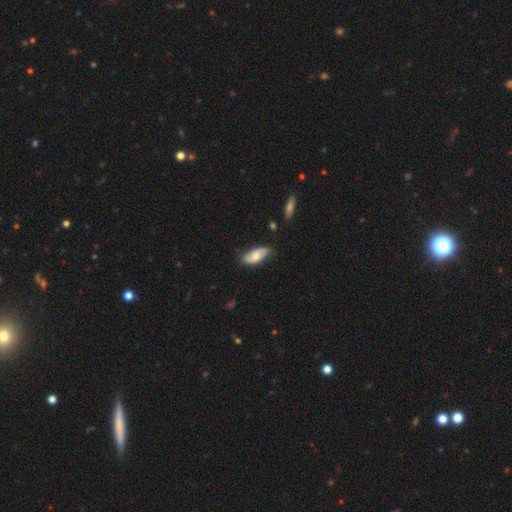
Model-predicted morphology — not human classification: smooth 60%, featured or disk 34%, star or artifact 6%. Down the decision tree: how rounded — in between (84%); merging — none (73%).